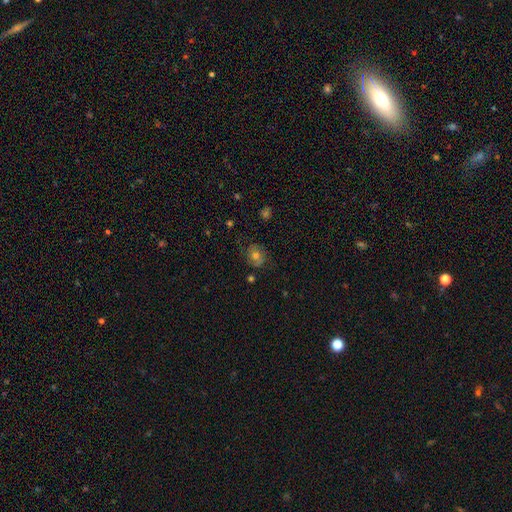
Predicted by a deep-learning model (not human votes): The model was most divided on "smooth or featured": featured or disk: 46%, smooth: 38%, star or artifact: 16%. More confident: merging — none (75%).